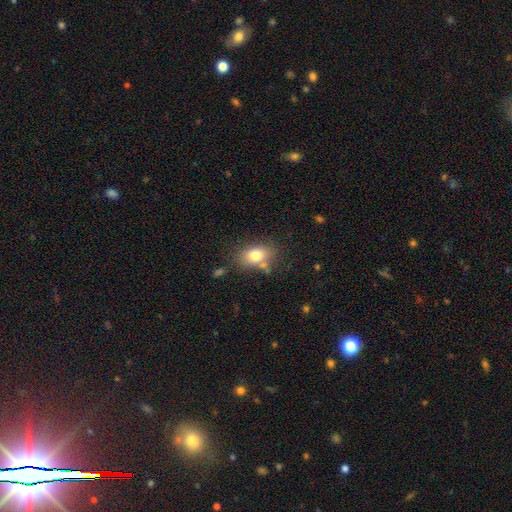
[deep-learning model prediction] Q: Smooth or featured?
A: smooth (77%); runner-up: featured or disk (13%)
Q: How rounded?
A: in between (80%); runner-up: round (18%)
Q: Merging?
A: none (69%); runner-up: minor disturbance (17%)